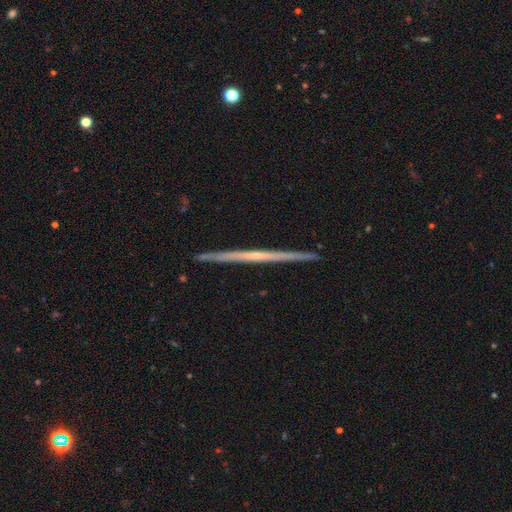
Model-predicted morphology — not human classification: type=featured or disk (76%); edge-on=yes (98%); edge-on bulge=none (69%); merging=none (93%).